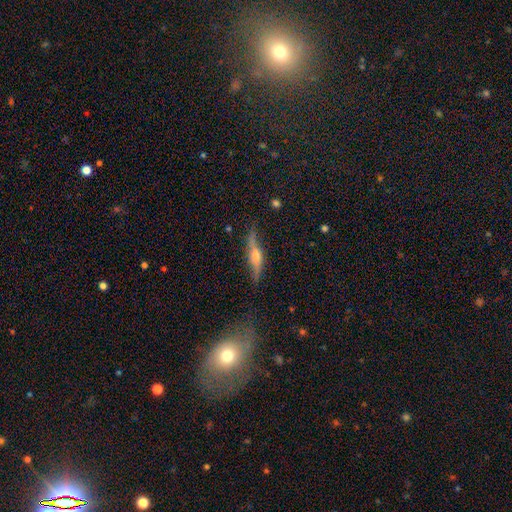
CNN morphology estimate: featured or disk 72%, smooth 20%, star or artifact 7%. Down the decision tree: edge-on disk — yes (84%); edge-on bulge — rounded (90%); merging — none (70%).